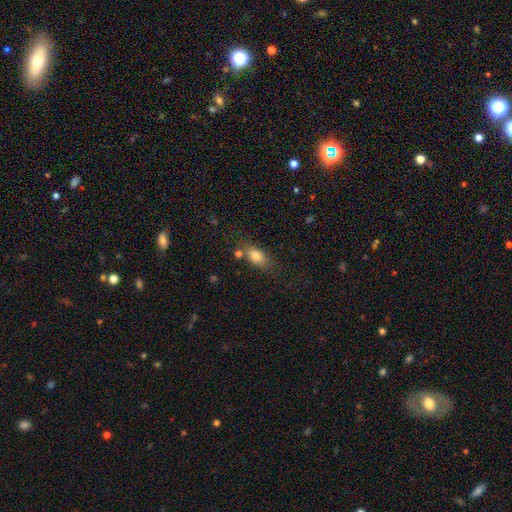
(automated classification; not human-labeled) The model was most divided on "merging": none: 67%, minor disturbance: 17%, merger: 11%, major disturbance: 6%. More confident: how rounded — in between (85%); smooth or featured — smooth (82%).